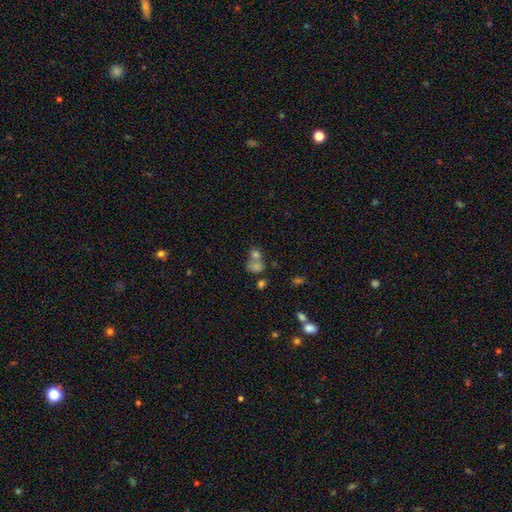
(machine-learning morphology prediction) Smooth or featured? Predicted: smooth (p=0.55). How rounded? Predicted: round (p=0.63). Merging? Predicted: merger (p=0.45).